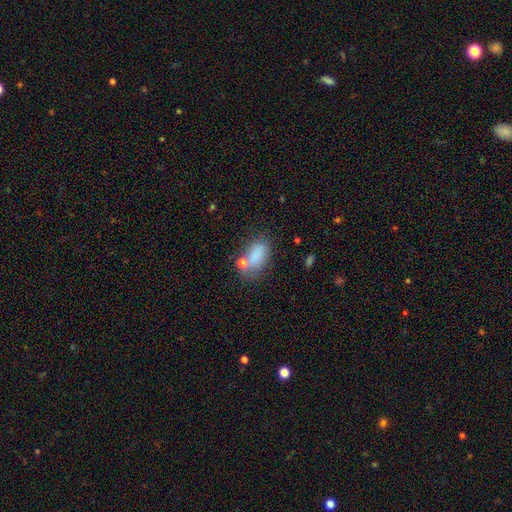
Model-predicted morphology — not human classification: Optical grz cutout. It shows a smooth galaxy with no disk features (80%) that is in between round and cigar-shaped (89%). Merging: none (56%).